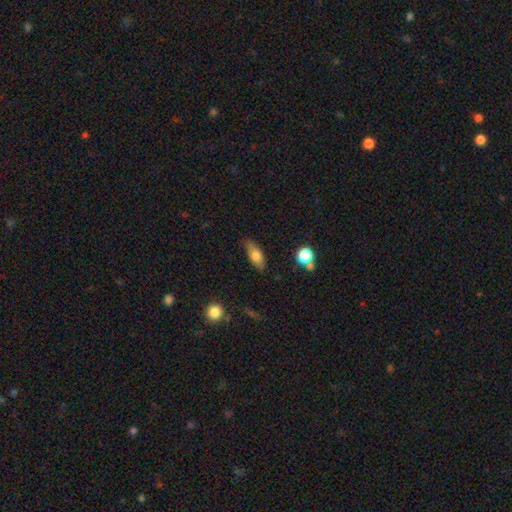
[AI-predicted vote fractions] Q: Smooth or featured?
A: smooth (70%); runner-up: featured or disk (22%)
Q: How rounded?
A: in between (77%); runner-up: cigar-shaped (18%)
Q: Merging?
A: none (76%); runner-up: minor disturbance (18%)